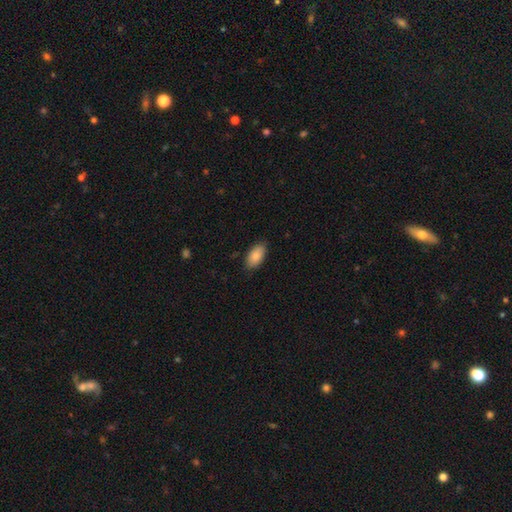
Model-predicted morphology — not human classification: A smooth galaxy with no disk features (85%) that is in between round and cigar-shaped (94%).

Vote fractions:
- Smooth or featured? smooth: 85% / featured or disk: 8% / star or artifact: 6%
- How rounded? in between: 94% / round: 3% / cigar-shaped: 3%
- Merging? none: 85% / minor disturbance: 11% / major disturbance: 2% / merger: 1%